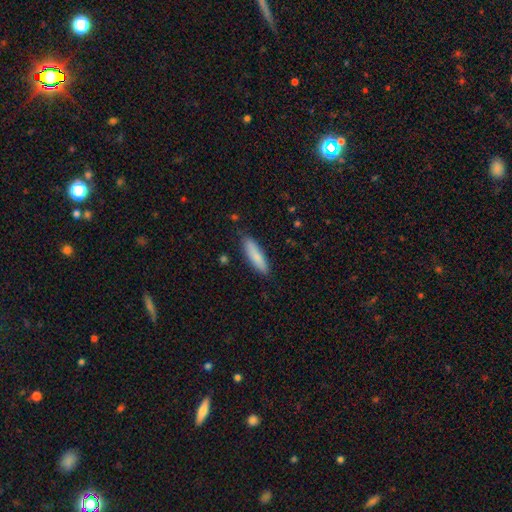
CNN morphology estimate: A smooth galaxy with no disk features (82%) that is cigar-shaped (68%).

Vote fractions:
- Smooth or featured? smooth: 82% / featured or disk: 12% / star or artifact: 6%
- How rounded? cigar-shaped: 68% / in between: 30% / round: 1%
- Merging? none: 86% / minor disturbance: 10% / major disturbance: 2% / merger: 1%